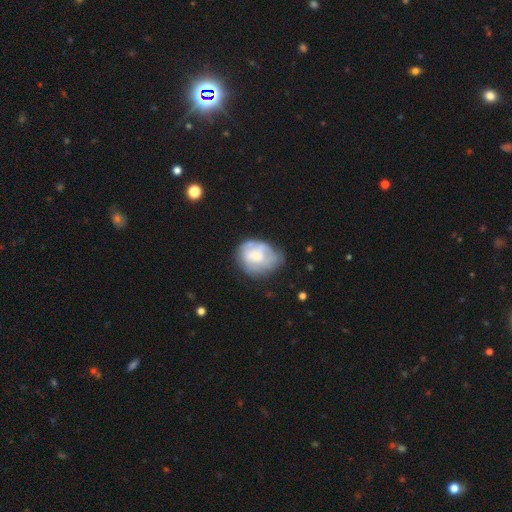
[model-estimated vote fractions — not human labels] Overall: featured or disk (48%; smooth 45%). Merging: none (48%; minor disturbance 32%).